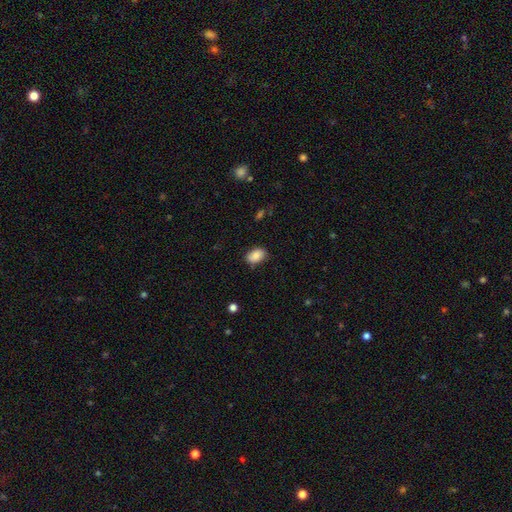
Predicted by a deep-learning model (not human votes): smooth_or_featured: smooth (p=0.86) [alt: star or artifact p=0.07]
how_rounded: in between (p=0.87) [alt: round p=0.11]
merging: none (p=0.82) [alt: minor disturbance p=0.14]